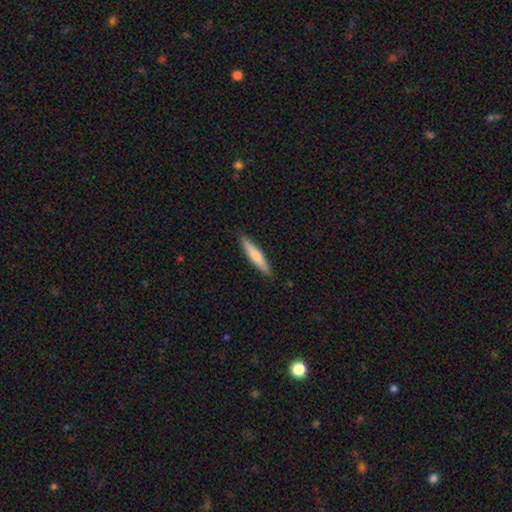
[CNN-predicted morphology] Smooth or featured? smooth (65%)
How rounded? cigar-shaped (90%)
Merging? none (90%)